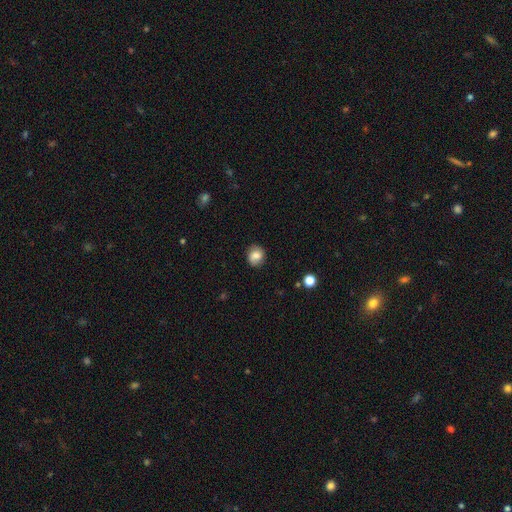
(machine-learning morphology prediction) smooth 77%, featured or disk 13%, star or artifact 10%. Down the decision tree: how rounded — round (75%); merging — none (81%).